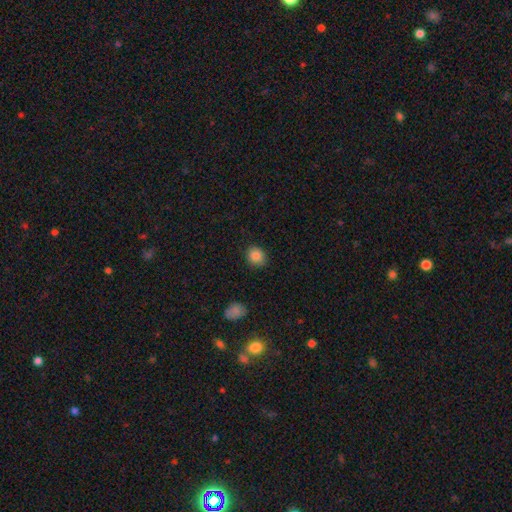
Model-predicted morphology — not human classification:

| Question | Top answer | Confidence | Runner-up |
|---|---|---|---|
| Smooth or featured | smooth | 86% | star or artifact (10%) |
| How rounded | round | 73% | in between (26%) |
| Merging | none | 87% | minor disturbance (10%) |